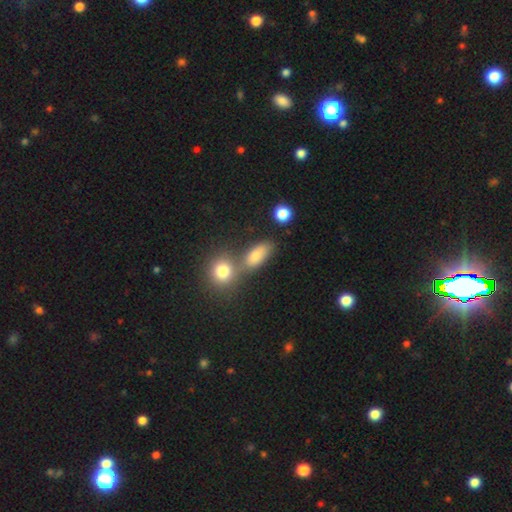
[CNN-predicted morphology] type=smooth (73%); roundness=in between (72%); merging=none (57%).